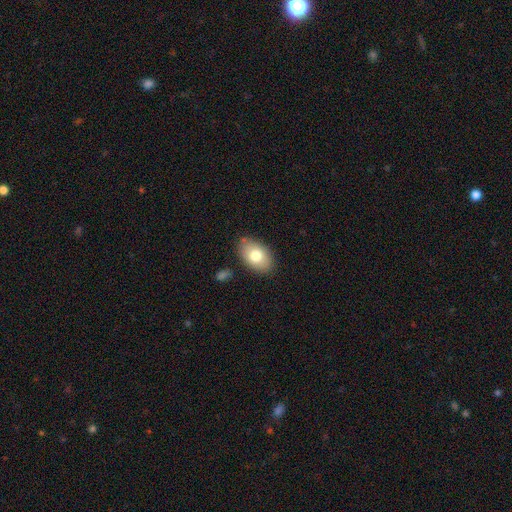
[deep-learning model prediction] Smooth or featured: smooth — 77% (featured or disk — 16%)
How rounded: in between — 90% (round — 9%)
Merging: none — 83% (minor disturbance — 12%)